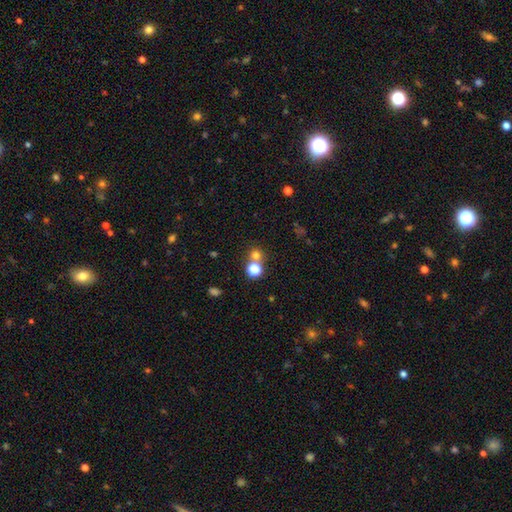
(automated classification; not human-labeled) This is likely a smooth galaxy (70%). How rounded: clearly round (88%). Merging: possibly none (59%).